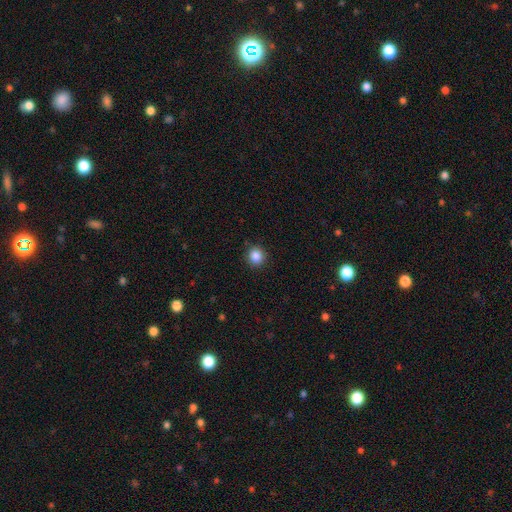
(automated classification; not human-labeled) Smooth or featured? Predicted: smooth (p=0.86). How rounded? Predicted: round (p=0.90). Merging? Predicted: none (p=0.91).